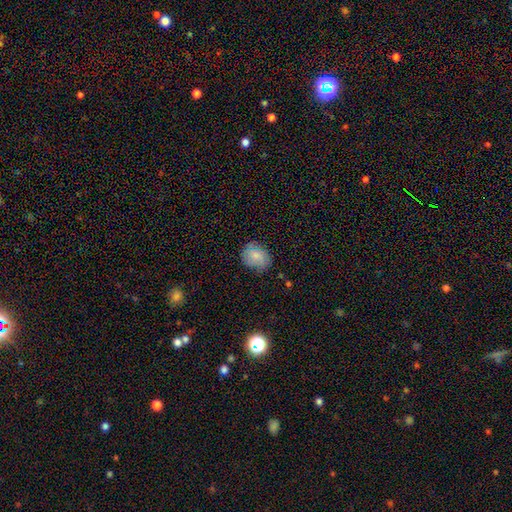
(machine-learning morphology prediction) The model was most divided on "how rounded": round: 53%, in between: 46%, cigar-shaped: 1%. More confident: smooth or featured — smooth (78%); merging — none (71%).